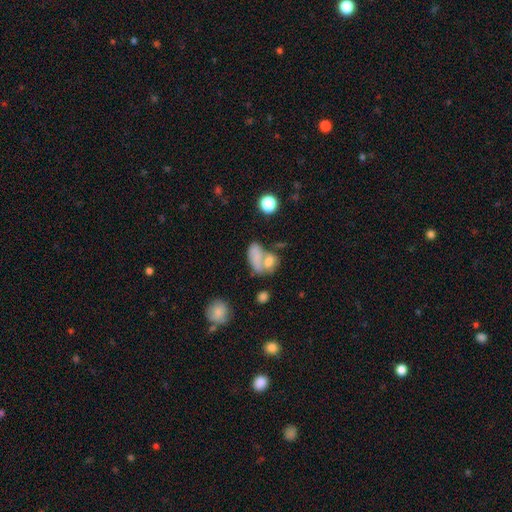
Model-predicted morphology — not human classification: Overall: smooth (69%). How rounded: in between (83%). Merging: merger (52%; none 24%).